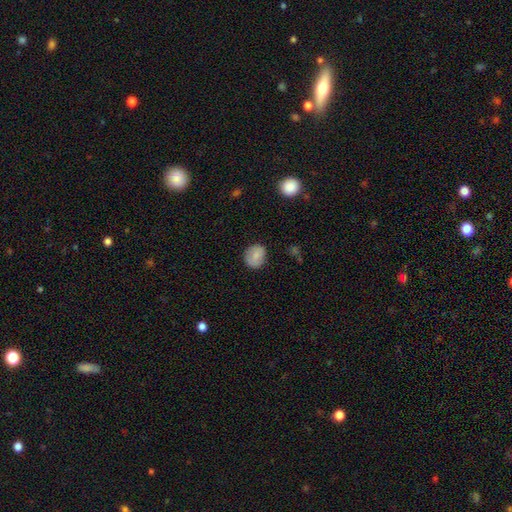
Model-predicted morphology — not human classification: smooth-or-featured: smooth: 81% | featured or disk: 11% | star or artifact: 8%
  how-rounded: round: 62% | in between: 37% | cigar-shaped: 1%
  merging: none: 79% | minor disturbance: 16% | major disturbance: 4% | merger: 1%